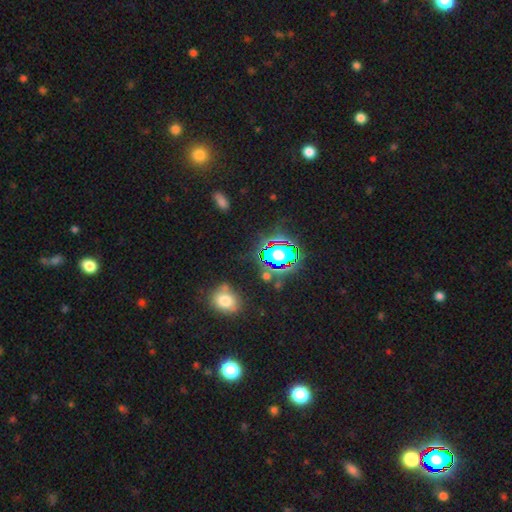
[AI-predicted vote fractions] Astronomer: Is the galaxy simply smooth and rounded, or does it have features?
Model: star or artifact — 65%.